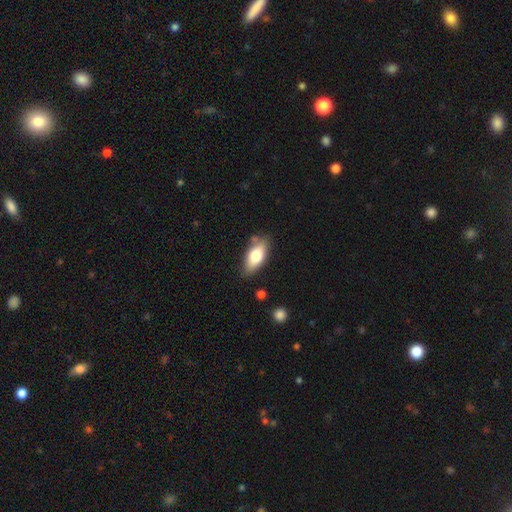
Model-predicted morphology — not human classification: Smooth or featured: smooth — 72% (featured or disk — 21%)
How rounded: in between — 84% (cigar-shaped — 13%)
Merging: none — 76% (minor disturbance — 16%)